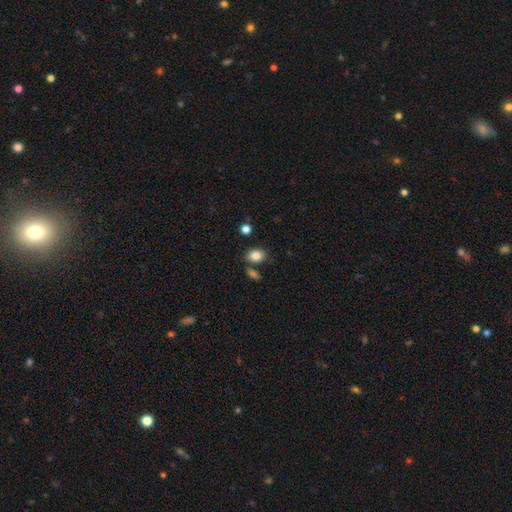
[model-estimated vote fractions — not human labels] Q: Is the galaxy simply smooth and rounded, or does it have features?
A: smooth — 84%.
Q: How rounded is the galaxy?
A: in between — 70%.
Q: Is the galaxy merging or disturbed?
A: none — 73%.